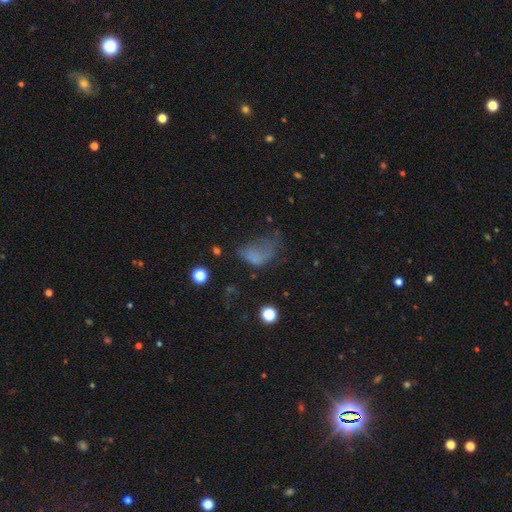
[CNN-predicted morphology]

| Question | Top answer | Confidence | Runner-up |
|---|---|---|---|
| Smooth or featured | smooth | 57% | featured or disk (24%) |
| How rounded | in between | 82% | round (15%) |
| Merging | major disturbance | 51% | none (23%) |